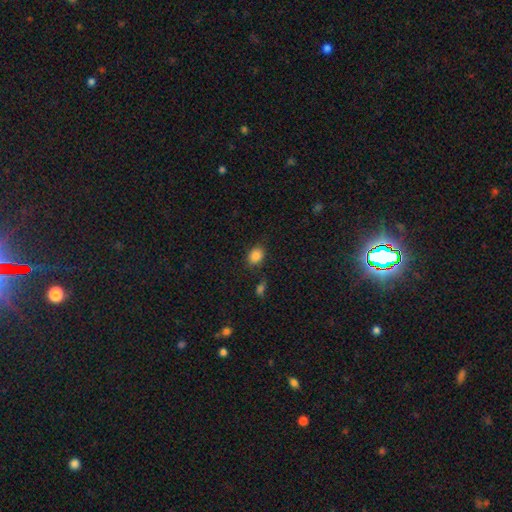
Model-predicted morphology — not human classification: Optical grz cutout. It shows a smooth galaxy with no disk features (84%) that is in between round and cigar-shaped (62%). Merging: none (78%).